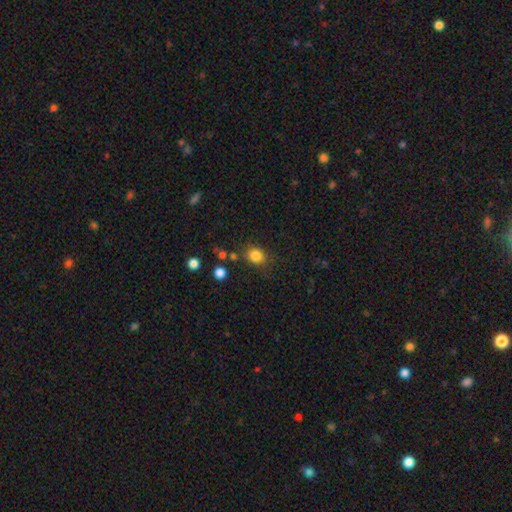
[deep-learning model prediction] This appears to be a smooth galaxy with no disk features (83%) that is round (70%). Merging: none (76%).